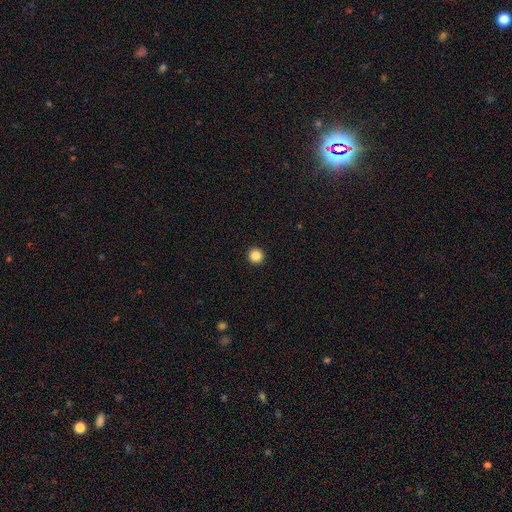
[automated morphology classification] Smooth or featured? smooth (86%)
How rounded? round (96%)
Merging? none (94%)